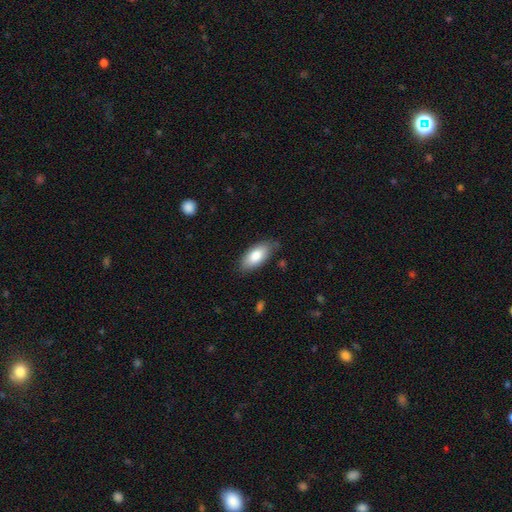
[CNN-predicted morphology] Smooth or featured?
  - smooth: 83% *
  - featured or disk: 11%
  - star or artifact: 6%
How rounded?
  - in between: 90% *
  - cigar-shaped: 8%
  - round: 2%
Merging?
  - none: 79% *
  - minor disturbance: 16%
  - major disturbance: 3%
  - merger: 1%